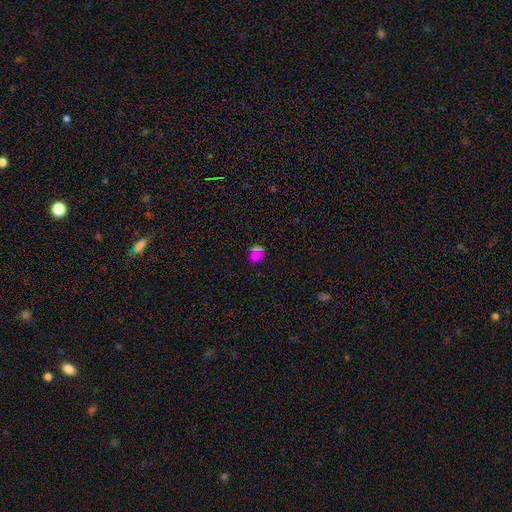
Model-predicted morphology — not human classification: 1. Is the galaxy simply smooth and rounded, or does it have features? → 64% smooth, 27% star or artifact, 9% featured or disk.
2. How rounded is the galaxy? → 79% round, 20% in between, 2% cigar-shaped.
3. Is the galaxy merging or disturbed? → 74% none, 13% minor disturbance, 9% merger, 5% major disturbance.